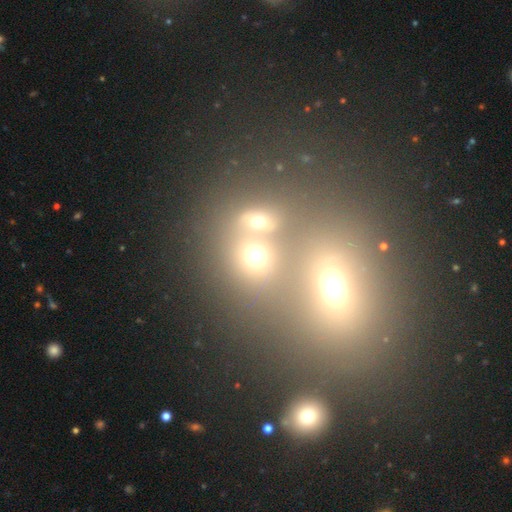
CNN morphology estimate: This appears to be a smooth galaxy with no disk features (58%) that is round (65%). Merging: merger (53%).